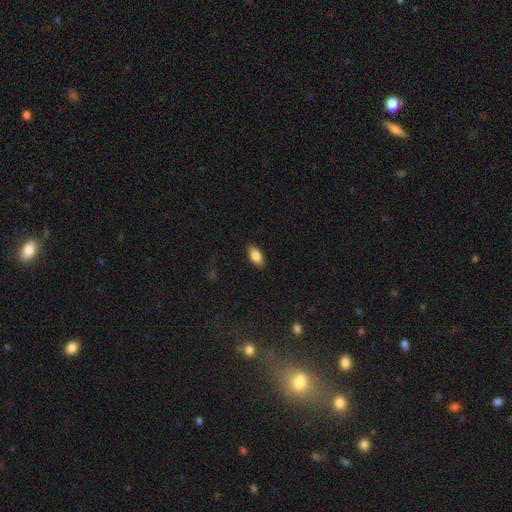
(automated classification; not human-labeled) smooth 84%, featured or disk 9%, star or artifact 7%. Down the decision tree: how rounded — in between (90%); merging — none (88%).